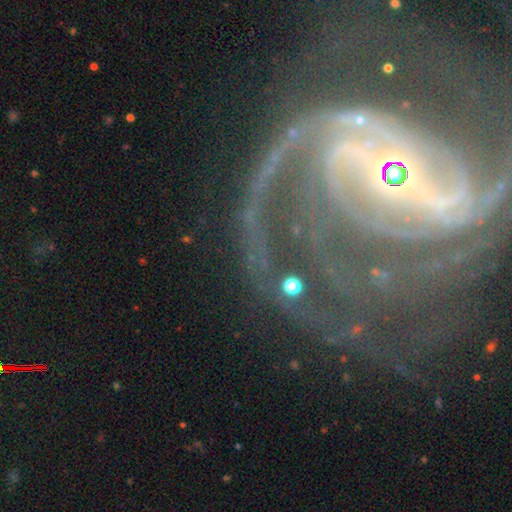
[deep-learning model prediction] Morphology: type=featured or disk (89%); edge-on=no (97%); bar=strong (48%); spiral arms=yes (97%); winding=tight (45%); arm count=2 (43%); bulge=small (68%); merging=none (60%).